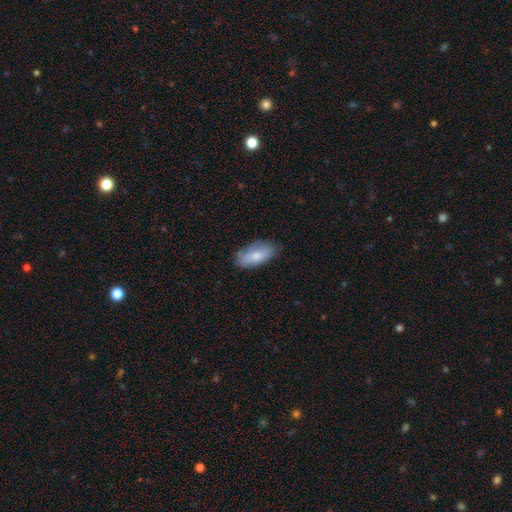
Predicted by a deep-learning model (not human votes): Q: Smooth or featured?
A: smooth (75%); runner-up: featured or disk (19%)
Q: How rounded?
A: in between (91%); runner-up: cigar-shaped (7%)
Q: Merging?
A: none (71%); runner-up: minor disturbance (23%)